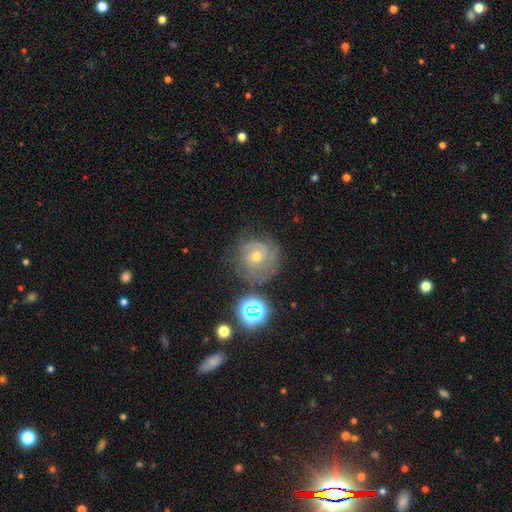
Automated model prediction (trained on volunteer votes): Smooth or featured? Predicted: featured or disk (p=0.67). Edge-on disk? Predicted: no (p=0.97). Bar? Predicted: no (p=0.76). Spiral arms? Predicted: yes (p=0.90). Spiral winding? Predicted: tight (p=0.66). Spiral arm count? Predicted: can't tell (p=0.38). Bulge size? Predicted: moderate (p=0.53). Merging? Predicted: none (p=0.71).